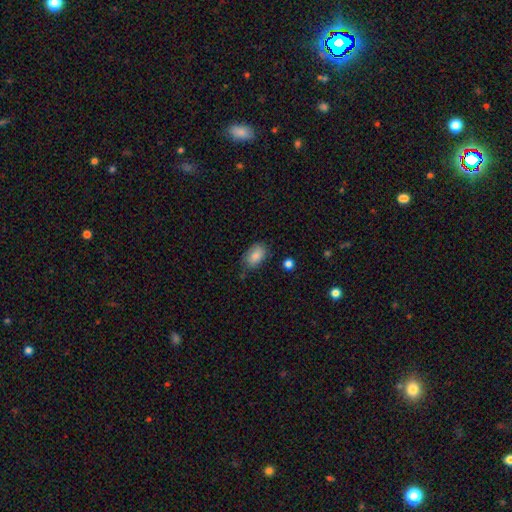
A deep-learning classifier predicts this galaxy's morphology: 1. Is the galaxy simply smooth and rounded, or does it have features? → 84% smooth, 9% featured or disk, 7% star or artifact.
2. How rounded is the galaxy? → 89% in between, 9% round, 1% cigar-shaped.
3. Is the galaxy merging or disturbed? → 70% none, 23% minor disturbance, 5% major disturbance, 2% merger.